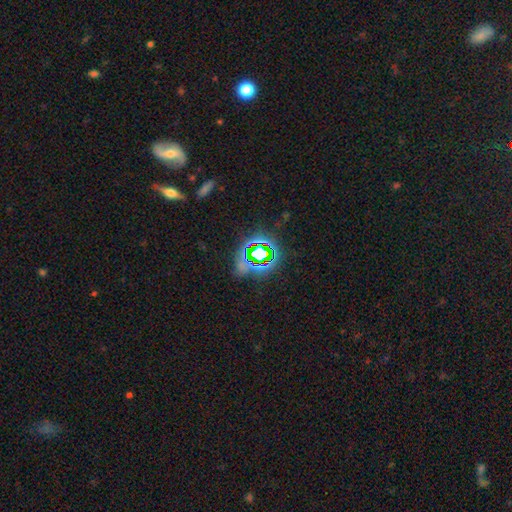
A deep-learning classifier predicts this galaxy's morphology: smooth-or-featured: star or artifact: 71% | smooth: 18% | featured or disk: 11%